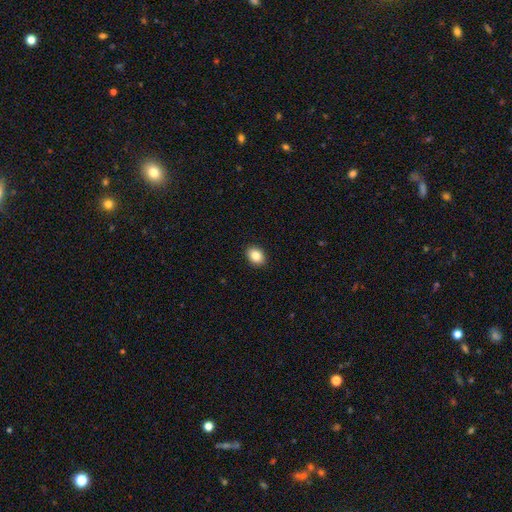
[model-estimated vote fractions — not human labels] Smooth or featured?
  - smooth: 85% *
  - star or artifact: 9%
  - featured or disk: 6%
How rounded?
  - in between: 67% *
  - round: 32%
  - cigar-shaped: 1%
Merging?
  - none: 91% *
  - minor disturbance: 7%
  - major disturbance: 2%
  - merger: 1%